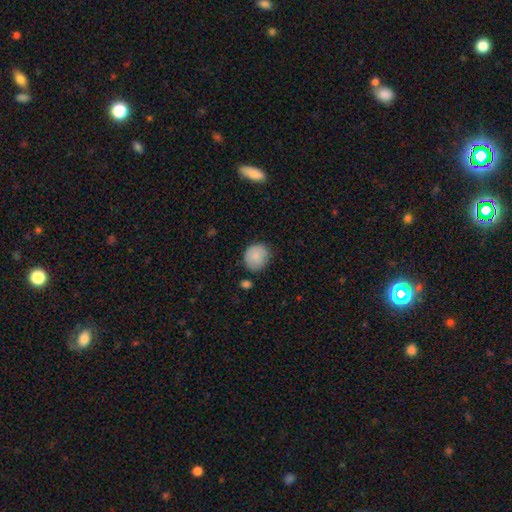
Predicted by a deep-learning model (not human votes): Smooth or featured? smooth (86%)
How rounded? round (82%)
Merging? none (74%)